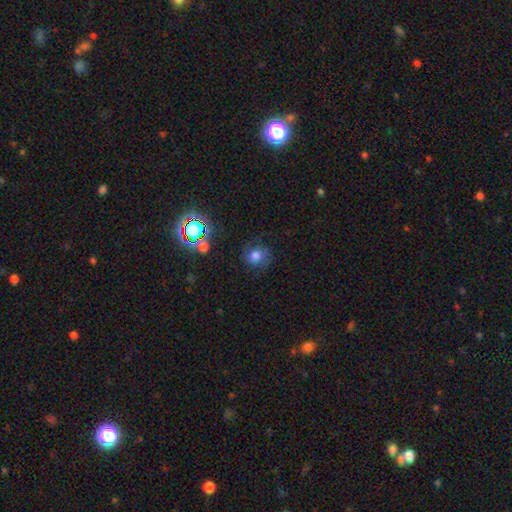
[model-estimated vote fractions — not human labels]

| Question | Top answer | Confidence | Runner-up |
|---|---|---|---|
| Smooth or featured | smooth | 54% | featured or disk (29%) |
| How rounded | round | 81% | in between (18%) |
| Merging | none | 72% | minor disturbance (17%) |